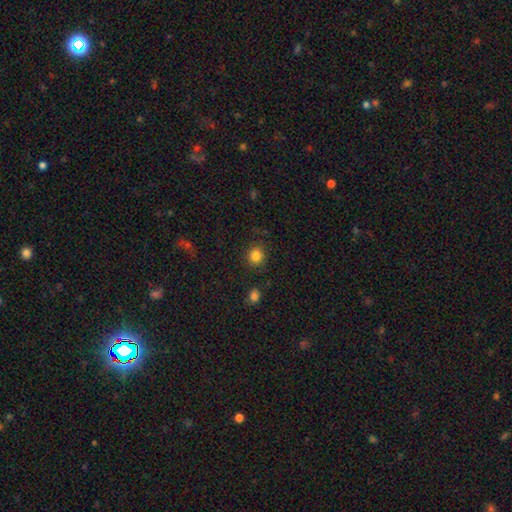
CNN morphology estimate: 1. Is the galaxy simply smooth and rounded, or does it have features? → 84% smooth, 11% star or artifact, 4% featured or disk.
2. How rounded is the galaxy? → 88% round, 11% in between, 1% cigar-shaped.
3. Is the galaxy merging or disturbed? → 87% none, 8% minor disturbance, 3% major disturbance, 2% merger.